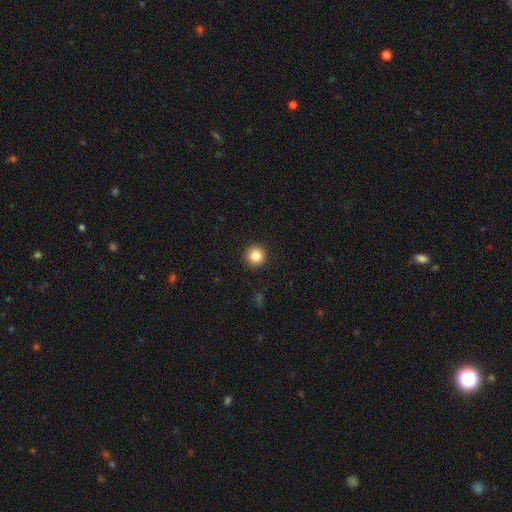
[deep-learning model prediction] Smooth or featured?
  - smooth: 85% *
  - star or artifact: 10%
  - featured or disk: 5%
How rounded?
  - round: 96% *
  - in between: 3%
  - cigar-shaped: 1%
Merging?
  - none: 93% *
  - minor disturbance: 5%
  - major disturbance: 2%
  - merger: 1%